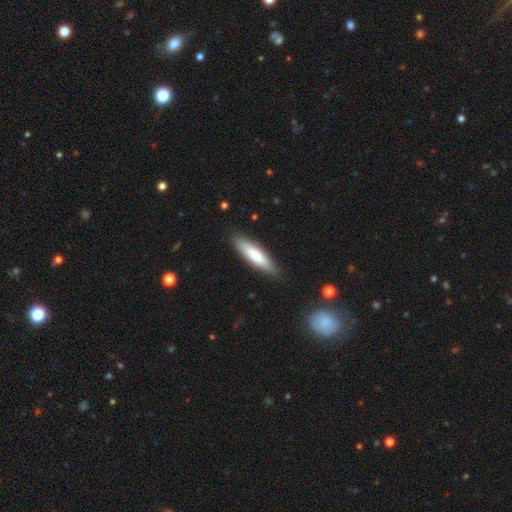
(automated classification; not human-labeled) The model was most divided on "how rounded": cigar-shaped: 67%, in between: 32%, round: 1%. More confident: merging — none (85%); smooth or featured — smooth (67%).